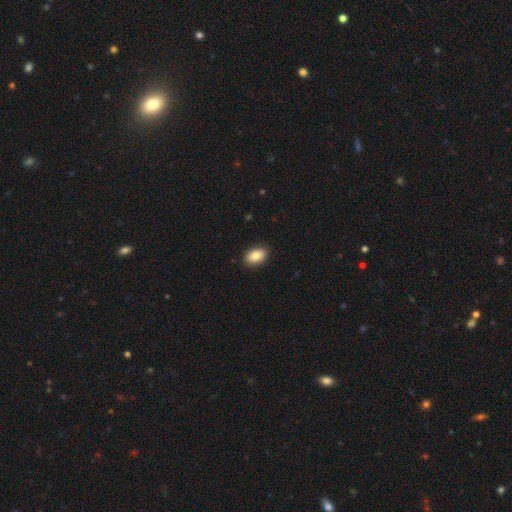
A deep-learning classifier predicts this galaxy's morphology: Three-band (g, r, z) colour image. It shows a smooth galaxy with no disk features (85%) that is in between round and cigar-shaped (88%). Merging: none (90%).